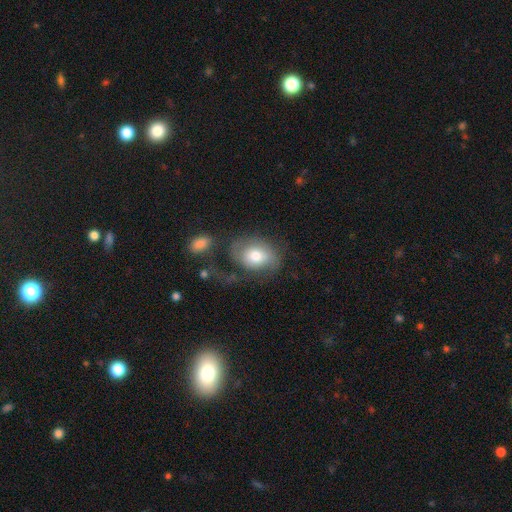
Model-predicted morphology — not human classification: Overall: smooth (63%; featured or disk 30%). How rounded: in between (66%; round 33%). Merging: none (41%; major disturbance 29%).